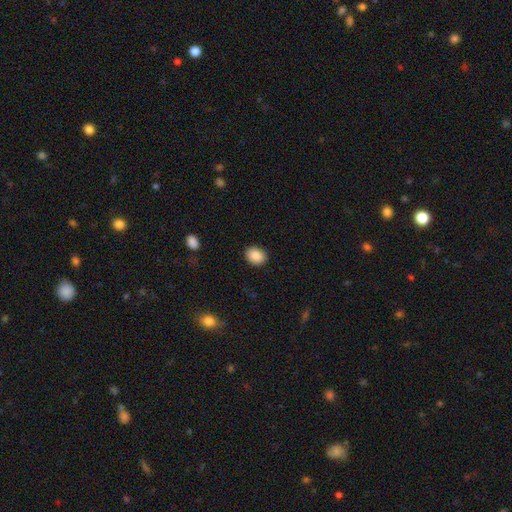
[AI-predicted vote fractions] Morphology: type=smooth (89%); roundness=in between (58%); merging=none (89%).